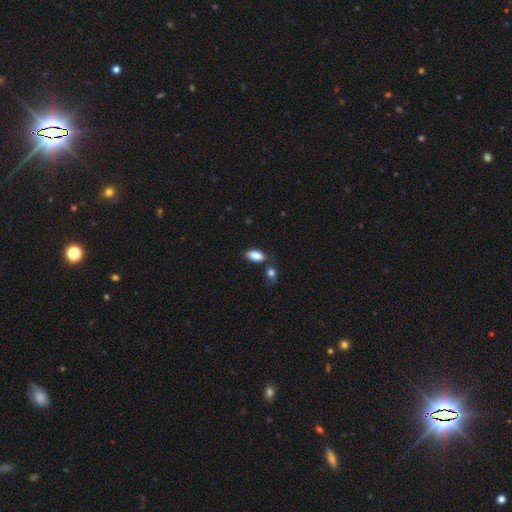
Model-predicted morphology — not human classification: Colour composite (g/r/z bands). It shows a smooth galaxy with no disk features (87%) that is in between round and cigar-shaped (91%). Merging: none (71%).